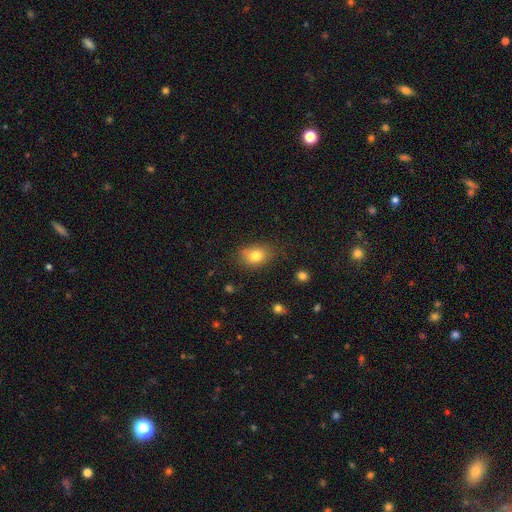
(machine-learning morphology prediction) smooth 80%, star or artifact 10%, featured or disk 10%. Down the decision tree: how rounded — in between (72%); merging — none (72%).